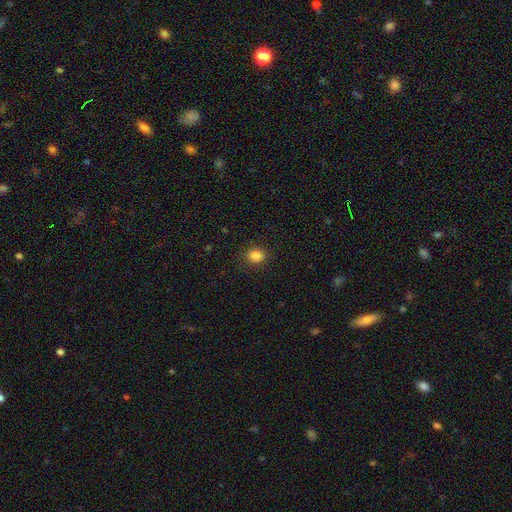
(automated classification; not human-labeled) The model was most divided on "how rounded": round: 63%, in between: 36%, cigar-shaped: 1%. More confident: merging — none (89%); smooth or featured — smooth (85%).